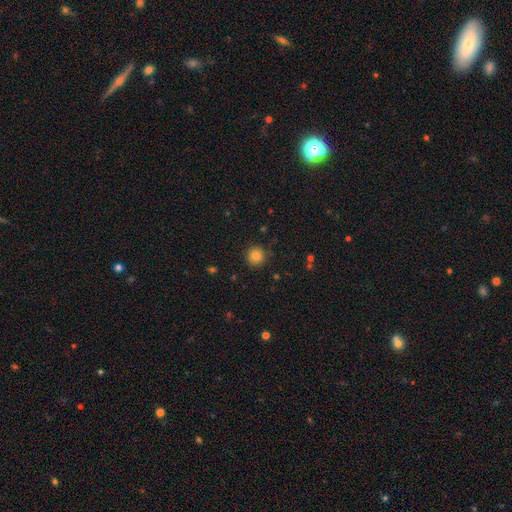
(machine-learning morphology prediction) This is clearly a smooth galaxy (81%). How rounded: clearly round (94%). Merging: clearly none (88%).